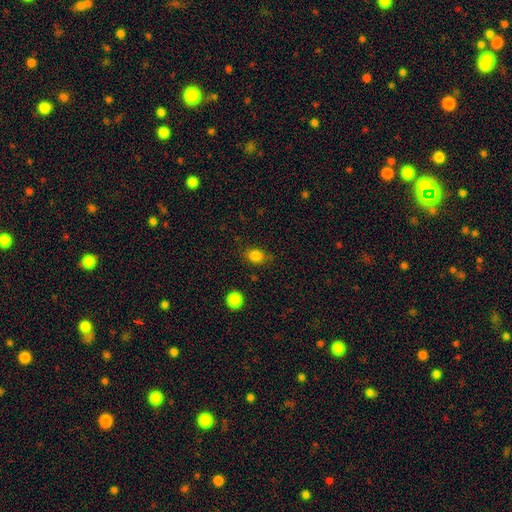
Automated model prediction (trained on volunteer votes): Smooth or featured?
  - smooth: 84% *
  - star or artifact: 11%
  - featured or disk: 5%
How rounded?
  - in between: 54% *
  - round: 45%
  - cigar-shaped: 1%
Merging?
  - none: 77% *
  - minor disturbance: 16%
  - major disturbance: 4%
  - merger: 2%